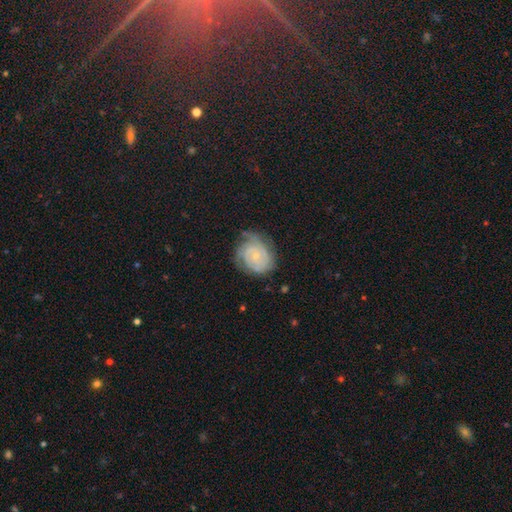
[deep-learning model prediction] Q: Smooth or featured?
A: featured or disk (81%); runner-up: smooth (13%)
Q: Edge-on disk?
A: no (98%); runner-up: yes (2%)
Q: Bar?
A: no (74%); runner-up: weak (22%)
Q: Spiral arms?
A: yes (95%); runner-up: no (5%)
Q: Spiral winding?
A: tight (73%); runner-up: medium (22%)
Q: Spiral arm count?
A: can't tell (28%); runner-up: 2 (27%)
Q: Bulge size?
A: small (74%); runner-up: moderate (20%)
Q: Merging?
A: none (65%); runner-up: minor disturbance (23%)